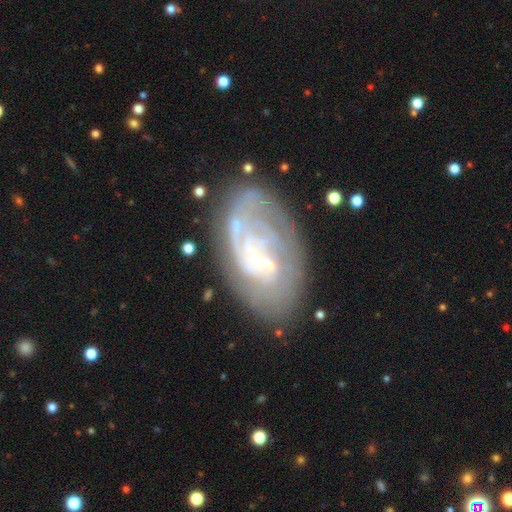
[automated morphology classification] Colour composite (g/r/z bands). It shows a featured or disk galaxy (76%) with no bar (62%), tight (54%) spiral arms (78%) and a small central bulge (67%). Merging: none (60%).